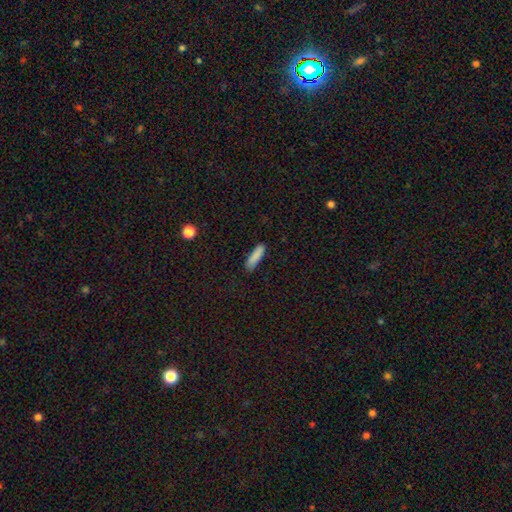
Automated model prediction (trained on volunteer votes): Morphology: type=smooth (87%); roundness=cigar-shaped (72%); merging=none (85%).